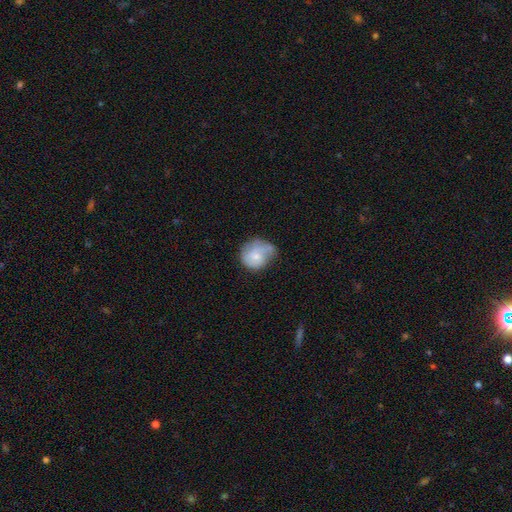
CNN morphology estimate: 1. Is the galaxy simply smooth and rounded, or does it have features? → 61% smooth, 32% featured or disk, 7% star or artifact.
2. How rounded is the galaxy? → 74% round, 25% in between, 1% cigar-shaped.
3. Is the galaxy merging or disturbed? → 37% minor disturbance (tied), 37% none (tied), 17% major disturbance, 9% merger.